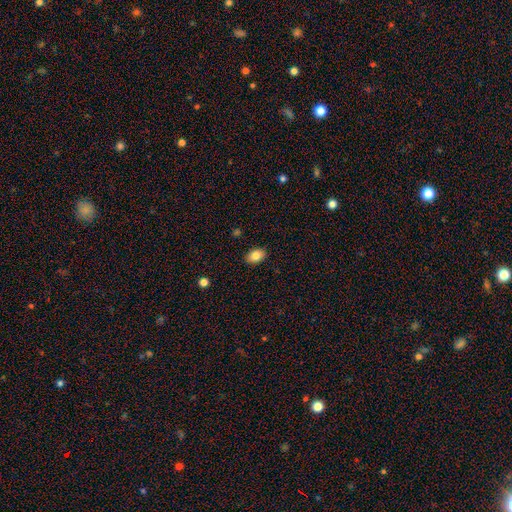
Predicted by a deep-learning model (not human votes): Smooth or featured?
  - smooth: 84% *
  - star or artifact: 8%
  - featured or disk: 8%
How rounded?
  - in between: 85% *
  - round: 14%
  - cigar-shaped: 1%
Merging?
  - none: 89% *
  - minor disturbance: 8%
  - major disturbance: 2%
  - merger: 1%